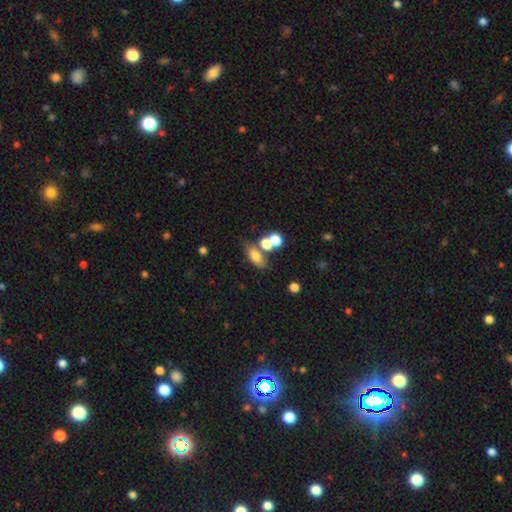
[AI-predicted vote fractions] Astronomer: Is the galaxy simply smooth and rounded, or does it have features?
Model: smooth — 71%.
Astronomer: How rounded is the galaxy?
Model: in between — 76%.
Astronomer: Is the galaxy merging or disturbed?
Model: none — 53% (runner-up: merger, 29%).